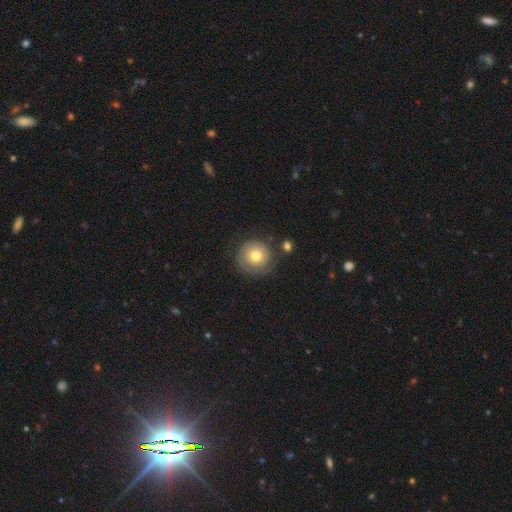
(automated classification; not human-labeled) Smooth or featured? Predicted: smooth (p=0.64). How rounded? Predicted: round (p=0.94). Merging? Predicted: none (p=0.73).